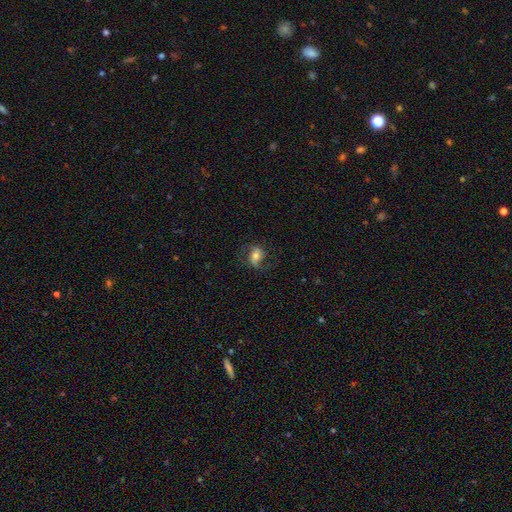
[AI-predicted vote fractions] Q: Smooth or featured?
A: featured or disk (54%); runner-up: smooth (36%)
Q: Edge-on disk?
A: no (96%); runner-up: yes (4%)
Q: Bar?
A: no (49%); runner-up: weak (32%)
Q: Spiral arms?
A: yes (87%); runner-up: no (13%)
Q: Bulge size?
A: moderate (59%); runner-up: small (23%)
Q: Merging?
A: none (67%); runner-up: minor disturbance (18%)